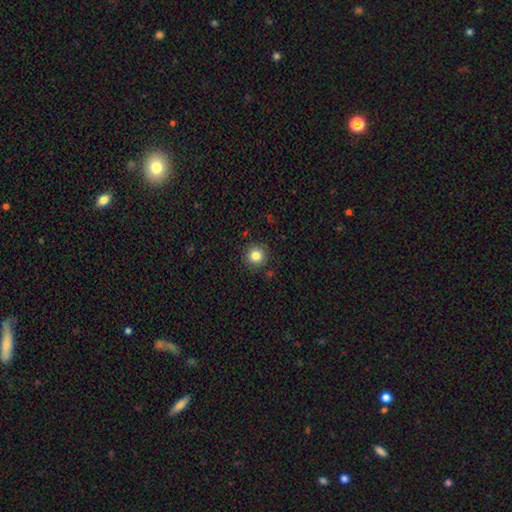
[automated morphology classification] This is clearly a smooth galaxy (83%). How rounded: clearly round (94%). Merging: clearly none (90%).